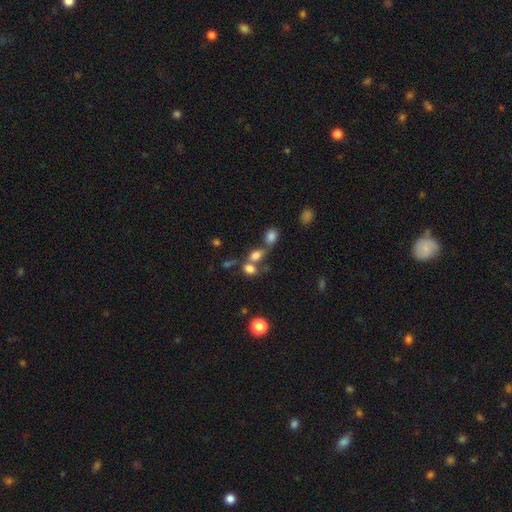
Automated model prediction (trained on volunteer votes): This appears to be a smooth galaxy with no disk features (75%) that is in between round and cigar-shaped (60%). Merging: merger (48%).